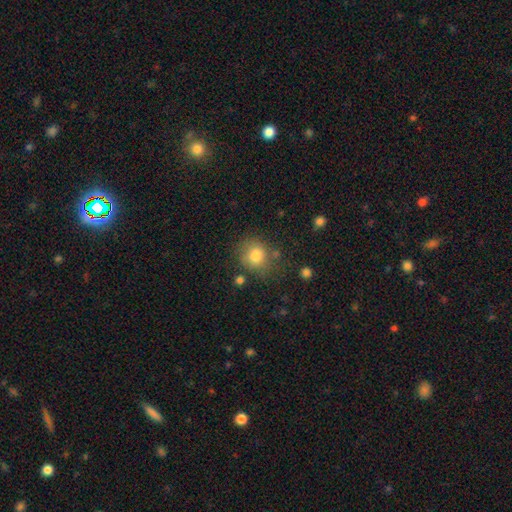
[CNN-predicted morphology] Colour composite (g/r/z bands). It shows a smooth galaxy with no disk features (81%) that is round (79%). Merging: none (69%).